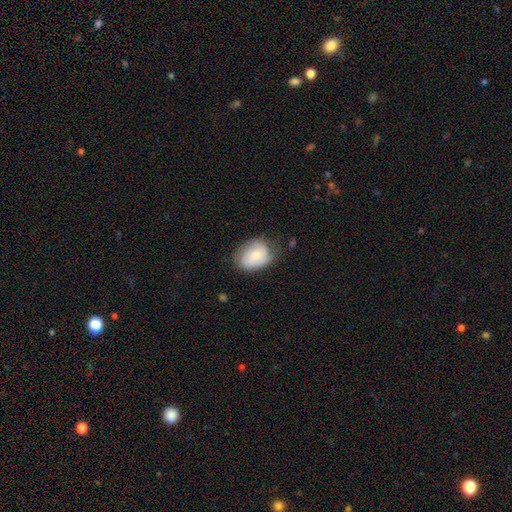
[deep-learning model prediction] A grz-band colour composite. It shows a smooth galaxy with no disk features (70%) that is in between round and cigar-shaped (67%). Merging: none (59%).